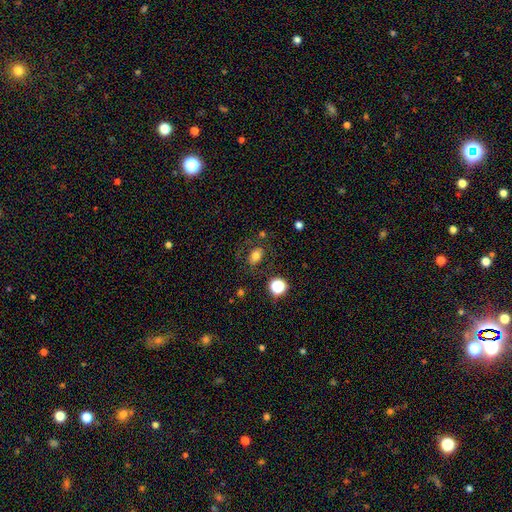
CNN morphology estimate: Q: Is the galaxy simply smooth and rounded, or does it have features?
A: smooth — 72%.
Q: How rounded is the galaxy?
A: in between — 74%.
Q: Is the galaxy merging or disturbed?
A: none — 73%.